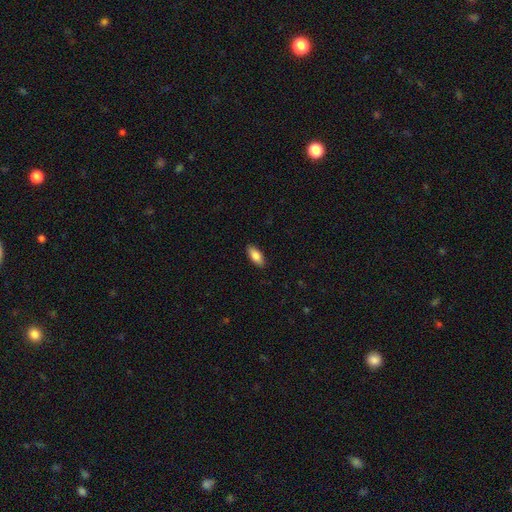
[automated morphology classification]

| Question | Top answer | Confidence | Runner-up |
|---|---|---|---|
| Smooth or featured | smooth | 84% | featured or disk (10%) |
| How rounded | in between | 86% | cigar-shaped (12%) |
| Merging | none | 89% | minor disturbance (8%) |